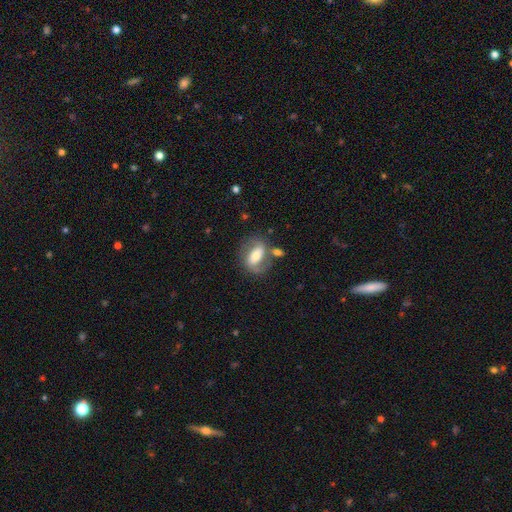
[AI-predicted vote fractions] This is possibly a featured or disk galaxy (56%). It is clearly not viewed edge-on (92%). Bar: marginally strong (42%). Spiral arm pattern: likely yes (72%). Central bulge: possibly moderate (54%). Merging: possibly none (55%).